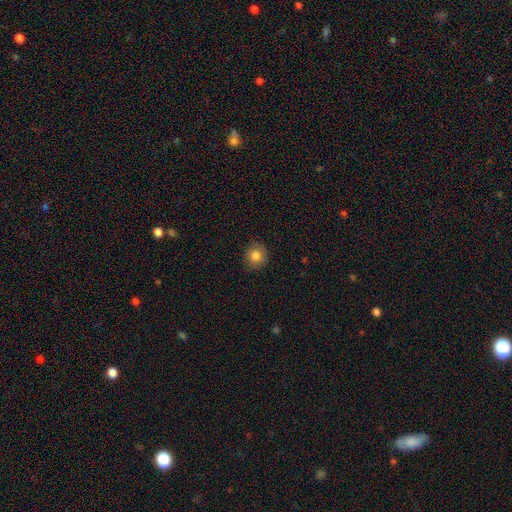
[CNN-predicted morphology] Q: Smooth or featured?
A: smooth (82%); runner-up: star or artifact (10%)
Q: How rounded?
A: round (86%); runner-up: in between (13%)
Q: Merging?
A: none (85%); runner-up: minor disturbance (12%)